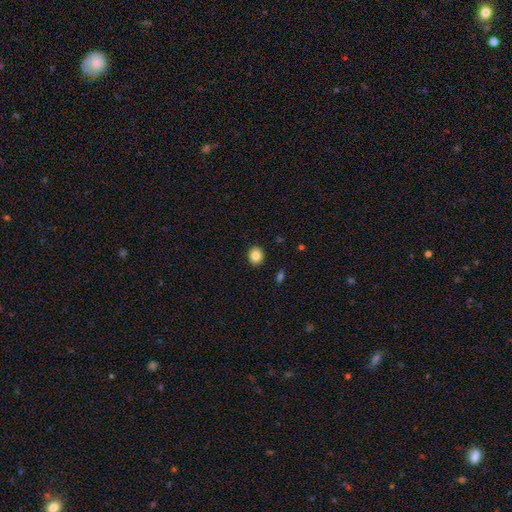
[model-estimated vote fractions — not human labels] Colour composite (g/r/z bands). It shows a smooth galaxy with no disk features (85%) that is round (80%). Merging: none (91%).